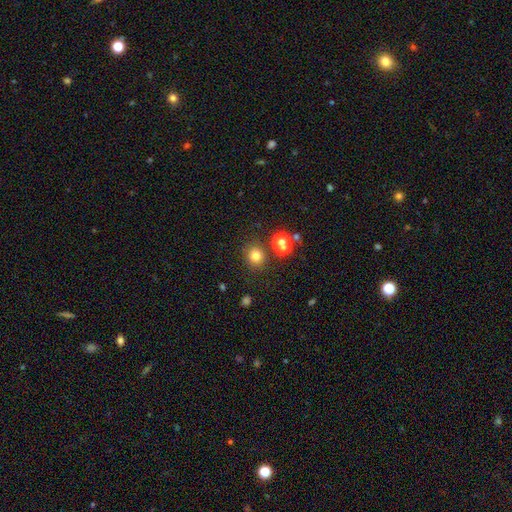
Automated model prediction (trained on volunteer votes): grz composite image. It shows a smooth galaxy with no disk features (77%) that is round (86%). Merging: none (82%).